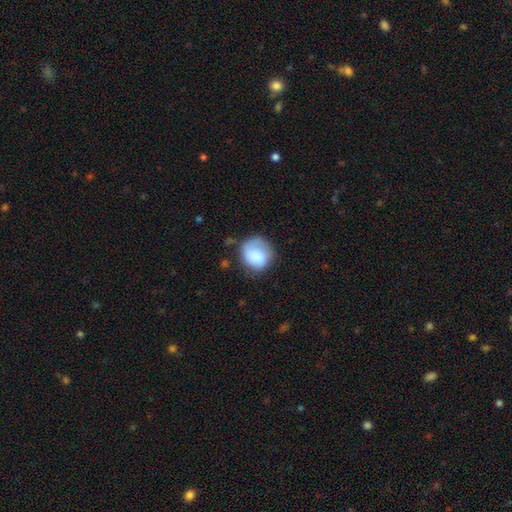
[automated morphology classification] This is likely a smooth galaxy (77%). How rounded: clearly round (81%). Merging: likely none (60%).